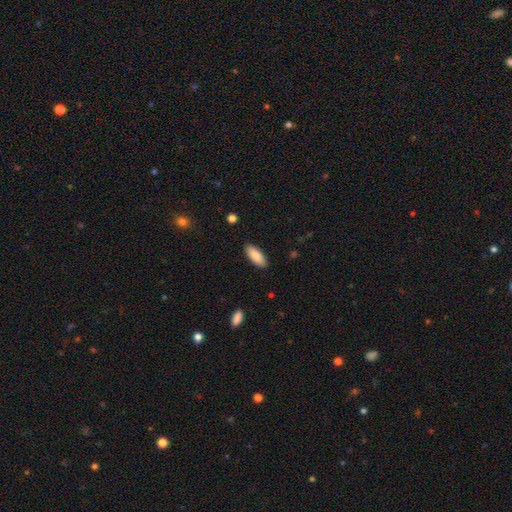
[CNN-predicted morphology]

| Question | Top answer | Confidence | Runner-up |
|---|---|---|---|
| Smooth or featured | smooth | 88% | featured or disk (6%) |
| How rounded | in between | 78% | cigar-shaped (20%) |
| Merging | none | 89% | minor disturbance (8%) |